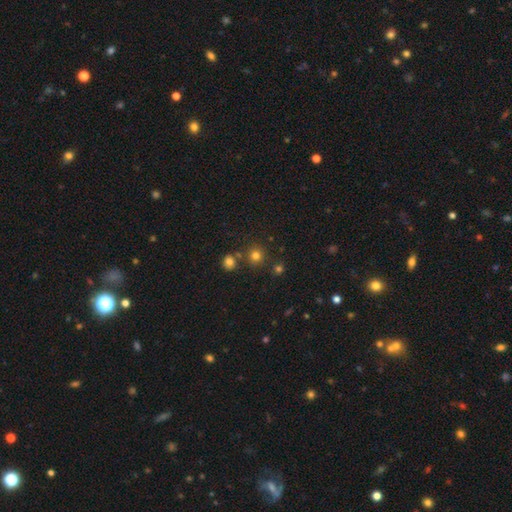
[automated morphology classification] Smooth or featured? smooth (76%)
How rounded? round (91%)
Merging? none (77%)